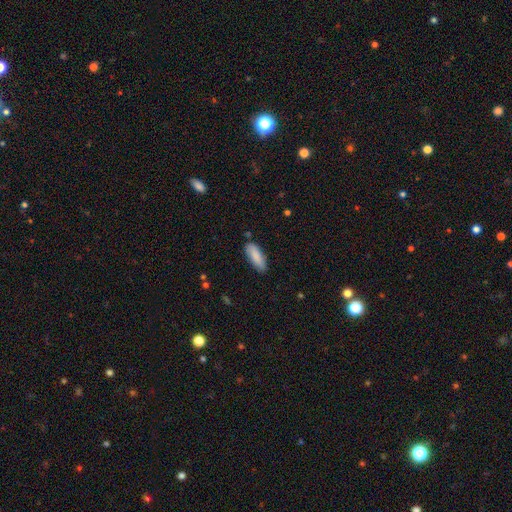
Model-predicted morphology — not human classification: smooth_or_featured: smooth (p=0.86) [alt: featured or disk p=0.08]
how_rounded: in between (p=0.70) [alt: cigar-shaped p=0.28]
merging: none (p=0.82) [alt: minor disturbance p=0.14]